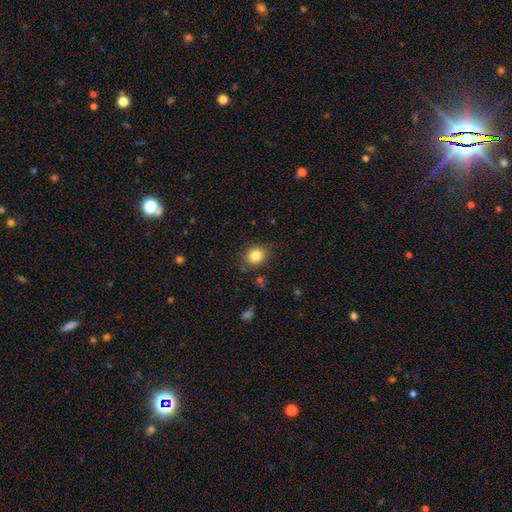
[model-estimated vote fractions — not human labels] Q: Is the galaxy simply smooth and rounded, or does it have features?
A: smooth — 83%.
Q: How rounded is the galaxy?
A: round — 72%.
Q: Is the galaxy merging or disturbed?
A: none — 82%.